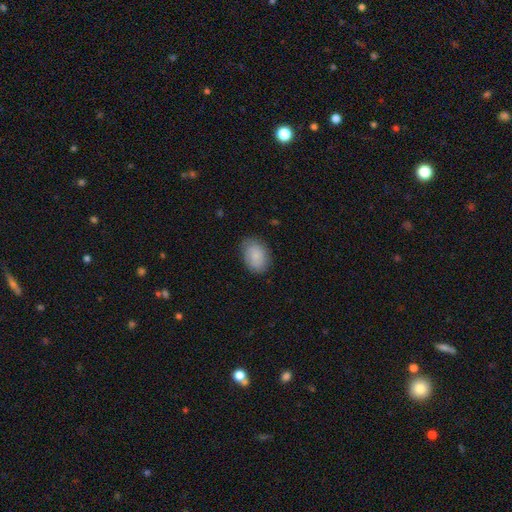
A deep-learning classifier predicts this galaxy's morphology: Smooth or featured? smooth (82%)
How rounded? in between (80%)
Merging? none (81%)